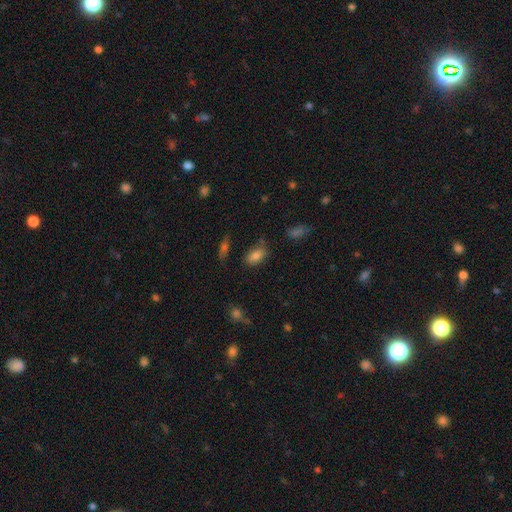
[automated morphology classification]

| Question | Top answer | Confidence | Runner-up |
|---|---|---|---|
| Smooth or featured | smooth | 81% | star or artifact (10%) |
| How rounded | in between | 90% | round (7%) |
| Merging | none | 68% | minor disturbance (22%) |